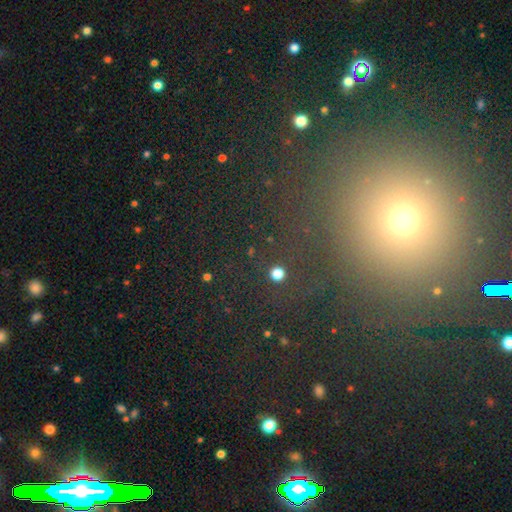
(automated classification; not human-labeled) This appears to be a star or artifact, not a galaxy (51%).